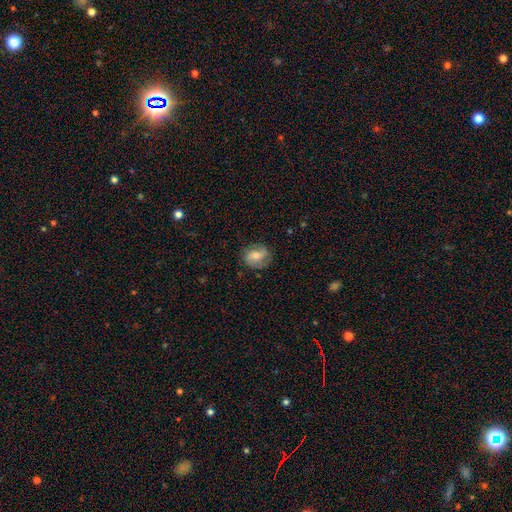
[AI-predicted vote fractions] smooth 53%, featured or disk 38%, star or artifact 9%. Down the decision tree: how rounded — round (54%); merging — none (74%).